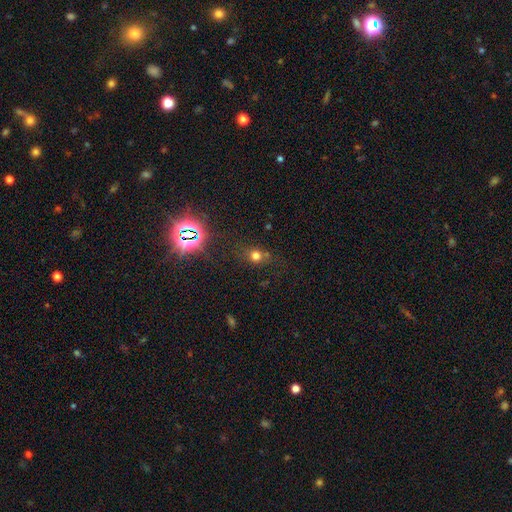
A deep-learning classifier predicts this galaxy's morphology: Smooth or featured? smooth (63%)
How rounded? round (75%)
Merging? none (67%)